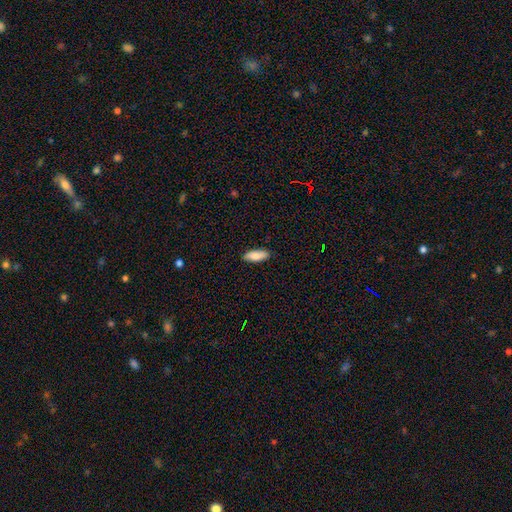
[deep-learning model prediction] smooth 86%, featured or disk 8%, star or artifact 6%. Down the decision tree: how rounded — in between (71%); merging — none (88%).